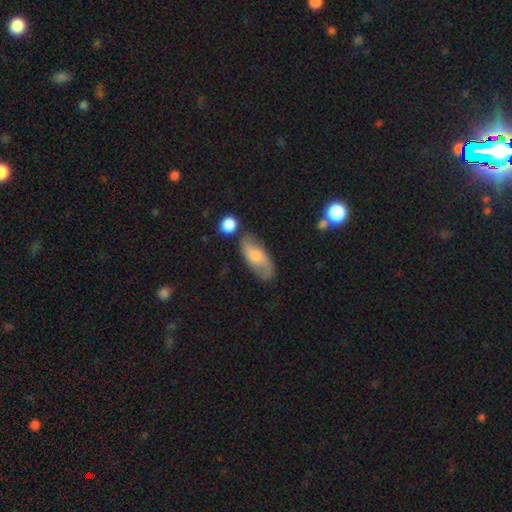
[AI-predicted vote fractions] smooth 48%, featured or disk 45%, star or artifact 7%. Down the decision tree: merging — none (67%).